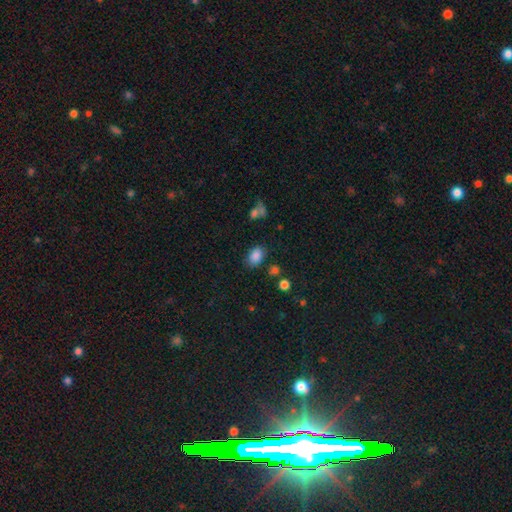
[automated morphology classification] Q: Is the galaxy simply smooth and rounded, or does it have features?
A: smooth — 85%.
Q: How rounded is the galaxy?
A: in between — 84%.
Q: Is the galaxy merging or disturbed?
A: none — 75%.